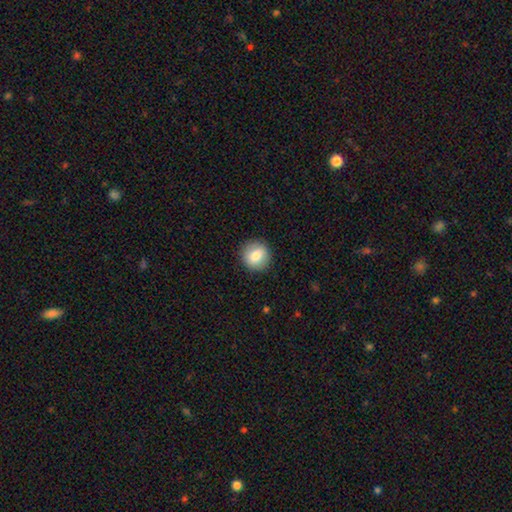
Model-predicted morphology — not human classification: A smooth galaxy with no disk features (80%) that is round (92%). Merging: none (91%).